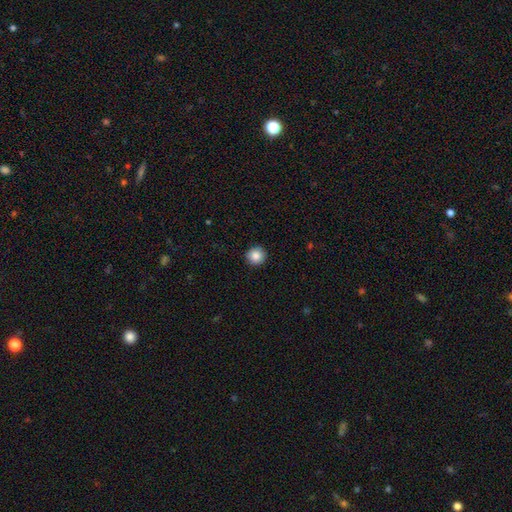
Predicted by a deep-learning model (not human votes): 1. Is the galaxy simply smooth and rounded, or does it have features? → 87% smooth, 9% star or artifact, 5% featured or disk.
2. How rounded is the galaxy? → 95% round, 5% in between, 1% cigar-shaped.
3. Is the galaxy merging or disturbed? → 92% none, 5% minor disturbance, 2% major disturbance, 1% merger.